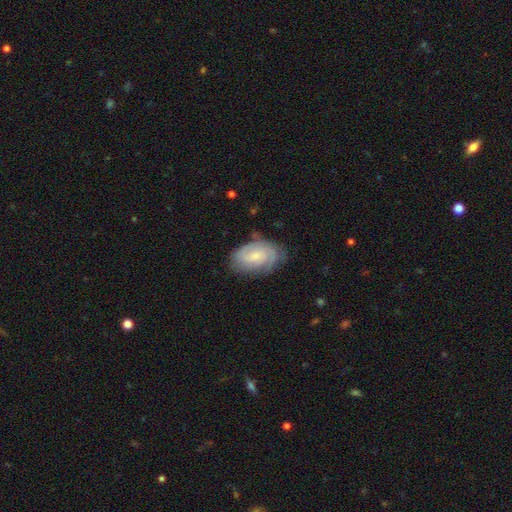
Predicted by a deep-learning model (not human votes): smooth_or_featured: featured or disk (p=0.66) [alt: smooth p=0.27]
disk_edge_on: no (p=0.96) [alt: yes p=0.04]
bar: no (p=0.56) [alt: weak p=0.38]
has_spiral_arms: yes (p=0.91) [alt: no p=0.09]
spiral_winding: tight (p=0.55) [alt: medium p=0.35]
spiral_arm_count: 2 (p=0.45) [alt: can't tell p=0.31]
bulge_size: small (p=0.57) [alt: moderate p=0.30]
merging: none (p=0.69) [alt: minor disturbance p=0.22]